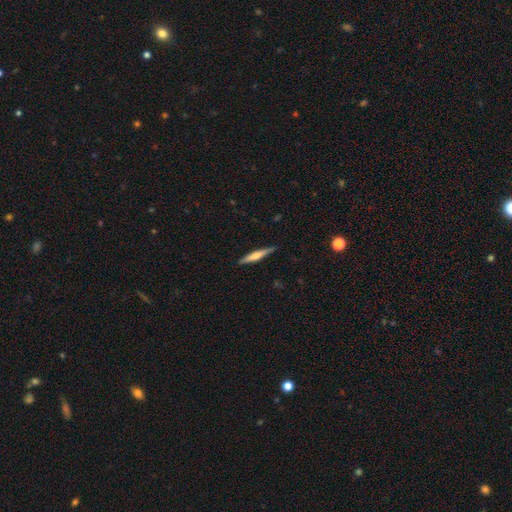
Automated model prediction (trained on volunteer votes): featured or disk 48%, smooth 46%, star or artifact 6%. Down the decision tree: merging — none (88%).